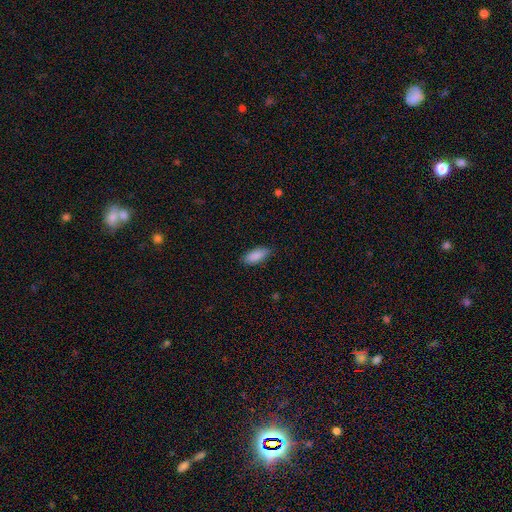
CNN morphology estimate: type=smooth (89%); roundness=in between (83%); merging=none (84%).